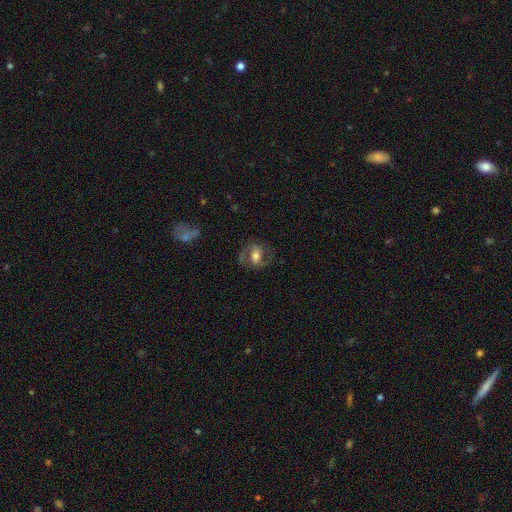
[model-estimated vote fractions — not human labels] smooth-or-featured: featured or disk: 67% | smooth: 26% | star or artifact: 8%
  disk-edge-on: no: 95% | yes: 5%
    bar: weak: 38% | strong: 33% | no: 29%
    has-spiral-arms: yes: 85% | no: 15%
      spiral-winding: medium: 54% | loose: 27% | tight: 20%
      spiral-arm-count: 2: 87% | can't tell: 6% | 1: 4% | 3: 1% | 4: 1% | more than 4: 1%
    bulge-size: moderate: 57% | large: 21% | small: 17% | none: 3% | dominant: 2%
  merging: none: 67% | minor disturbance: 17% | major disturbance: 14% | merger: 2%